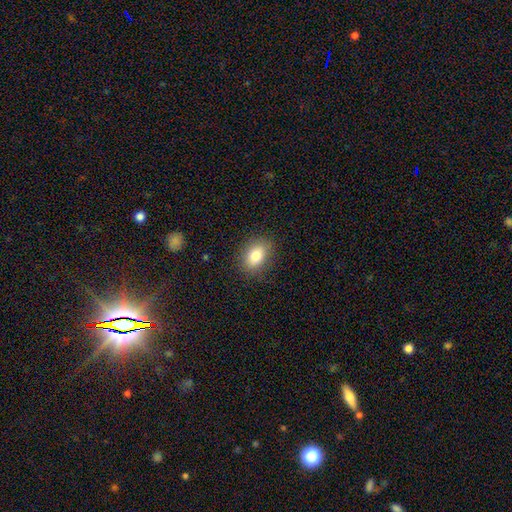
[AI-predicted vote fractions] Smooth or featured?
  - smooth: 81% *
  - featured or disk: 10%
  - star or artifact: 9%
How rounded?
  - in between: 78% *
  - round: 20%
  - cigar-shaped: 2%
Merging?
  - none: 86% *
  - minor disturbance: 10%
  - major disturbance: 3%
  - merger: 1%